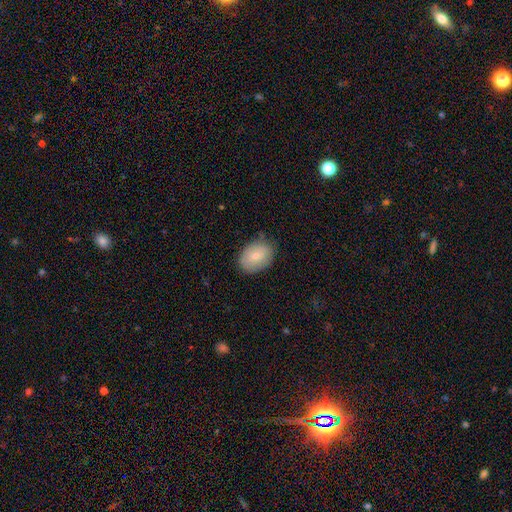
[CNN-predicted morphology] type=smooth (76%); roundness=in between (74%); merging=none (75%).